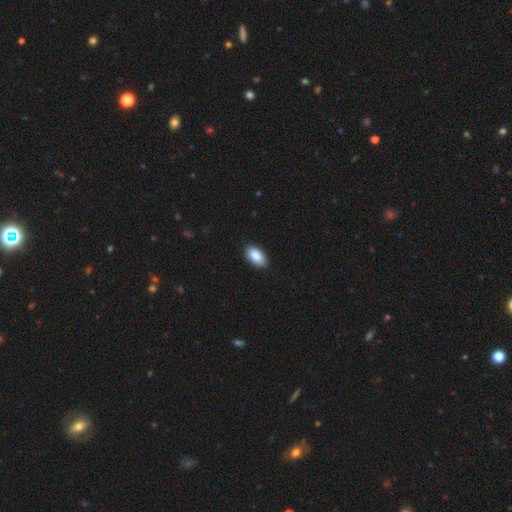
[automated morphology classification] This appears to be a smooth galaxy with no disk features (89%) that is in between round and cigar-shaped (94%). Merging: none (89%).